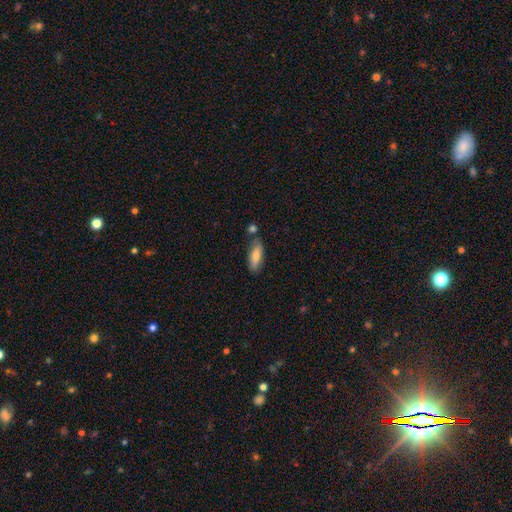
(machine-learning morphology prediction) The model was most divided on "how rounded": in between: 64%, cigar-shaped: 34%, round: 2%. More confident: smooth or featured — smooth (76%); merging — none (73%).